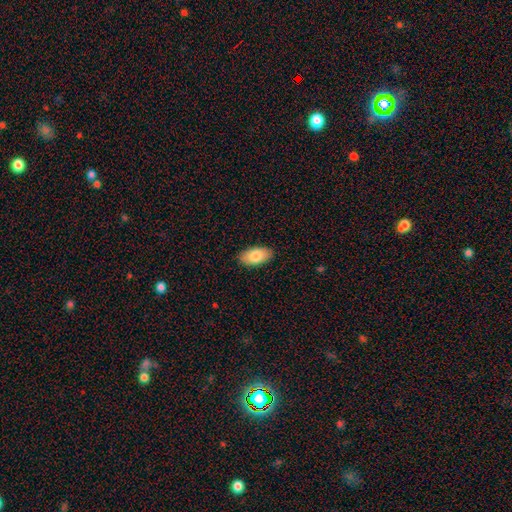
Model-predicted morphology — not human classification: This is clearly a smooth galaxy (83%). How rounded: clearly in between (94%). Merging: clearly none (89%).